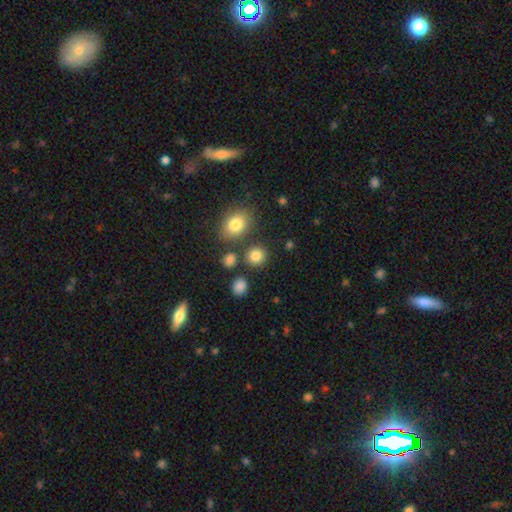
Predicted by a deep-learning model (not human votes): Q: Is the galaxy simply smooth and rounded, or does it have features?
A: smooth — 82%.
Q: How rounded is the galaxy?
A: round — 84%.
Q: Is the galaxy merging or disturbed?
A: none — 80%.